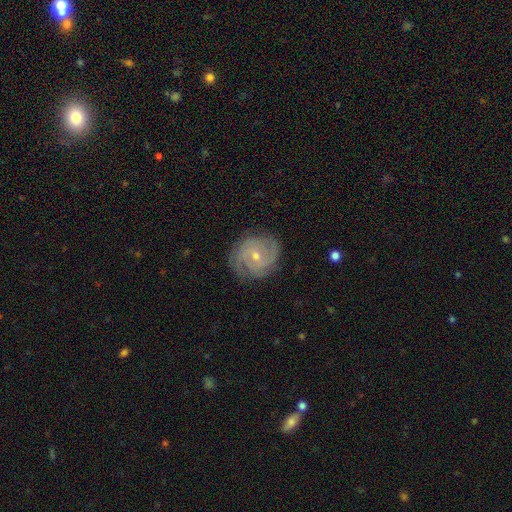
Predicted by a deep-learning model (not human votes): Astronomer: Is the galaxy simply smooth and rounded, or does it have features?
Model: featured or disk — 82%.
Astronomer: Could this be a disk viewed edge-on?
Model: no — 97%.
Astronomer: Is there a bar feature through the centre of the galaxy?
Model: no — 60%.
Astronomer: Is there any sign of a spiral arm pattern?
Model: yes — 95%.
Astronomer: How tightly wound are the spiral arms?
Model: tight — 64%.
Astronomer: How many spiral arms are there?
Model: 2 — 30% (runner-up: 3, 28%).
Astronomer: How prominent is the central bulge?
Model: small — 57% (runner-up: moderate, 41%).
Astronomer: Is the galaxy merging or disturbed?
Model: none — 79%.